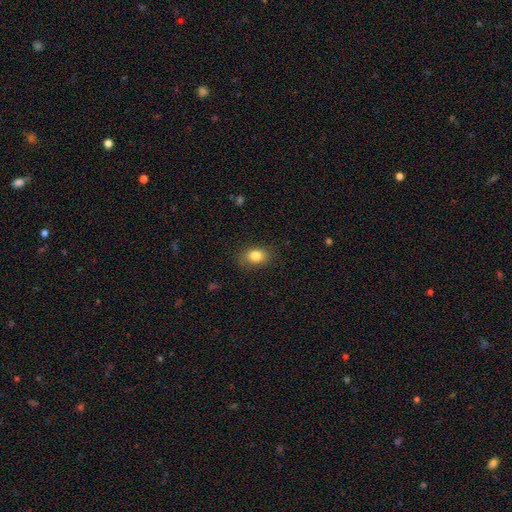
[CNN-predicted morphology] type=smooth (83%); roundness=in between (69%); merging=none (83%).